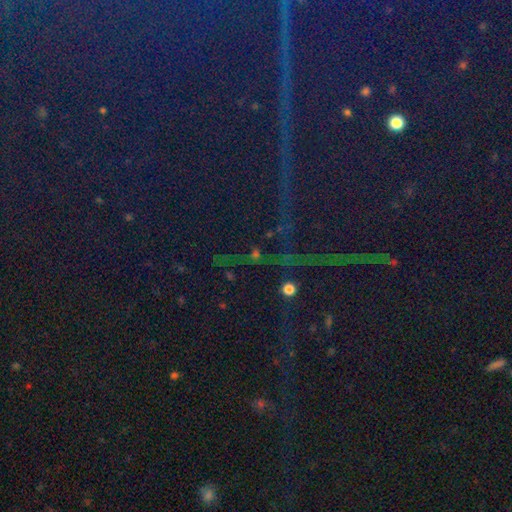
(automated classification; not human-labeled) This is likely a star or artifact rather than a galaxy (75%).